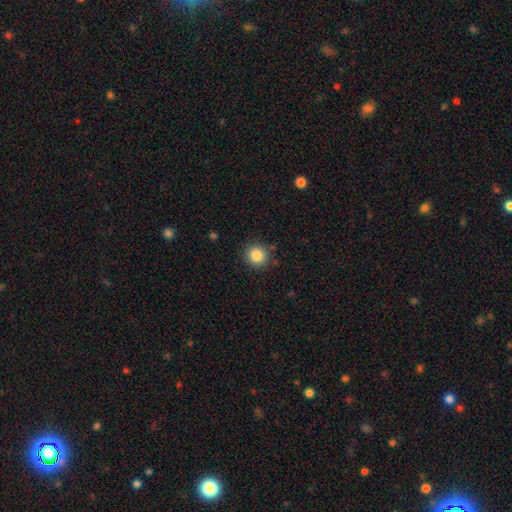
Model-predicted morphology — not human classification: Smooth or featured: smooth — 85% (star or artifact — 10%)
How rounded: round — 92% (in between — 7%)
Merging: none — 87% (minor disturbance — 9%)